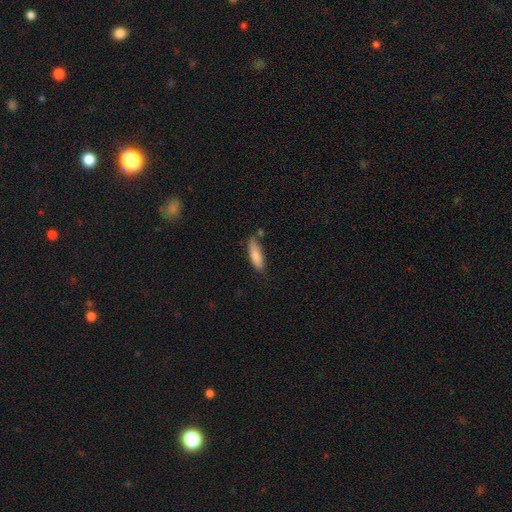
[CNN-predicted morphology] smooth-or-featured: smooth: 84% | featured or disk: 10% | star or artifact: 6%
  how-rounded: in between: 51% | cigar-shaped: 48% | round: 2%
  merging: none: 63% | minor disturbance: 24% | merger: 8% | major disturbance: 5%